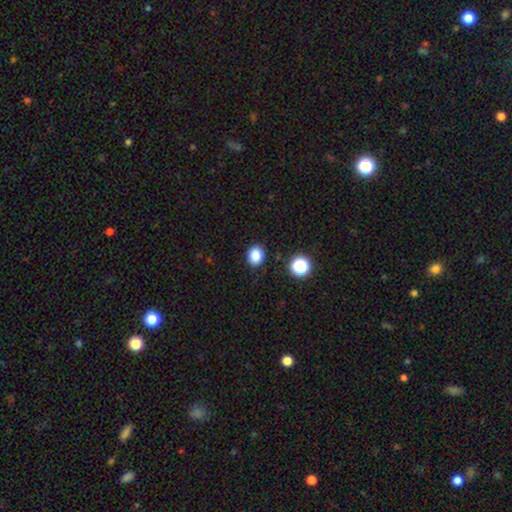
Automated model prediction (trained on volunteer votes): Morphology: type=smooth (84%); roundness=round (59%); merging=none (87%).